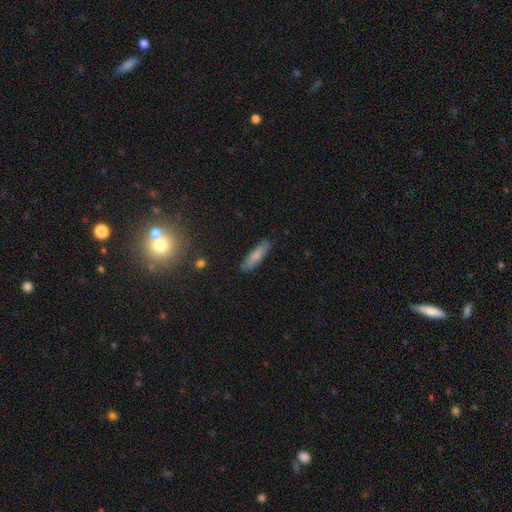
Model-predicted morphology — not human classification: A smooth galaxy with no disk features (77%) that is cigar-shaped (69%). Merging: none (84%).